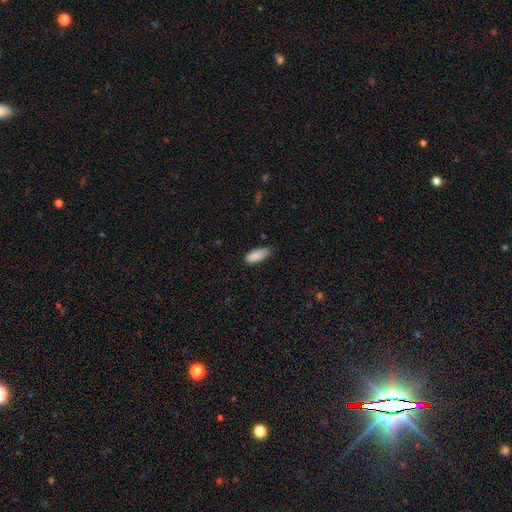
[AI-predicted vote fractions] This appears to be a smooth galaxy with no disk features (89%) that is in between round and cigar-shaped (83%). Merging: none (71%).